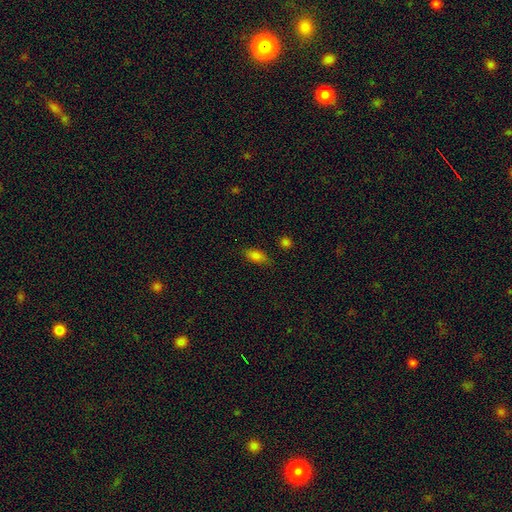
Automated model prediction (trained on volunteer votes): This is clearly a smooth galaxy (81%). How rounded: clearly in between (86%). Merging: likely none (77%).